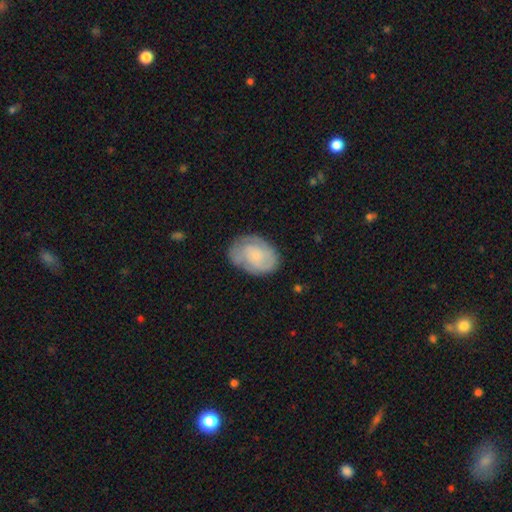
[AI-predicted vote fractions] featured or disk 53%, smooth 40%, star or artifact 7%. Down the decision tree: edge-on disk — no (97%); bar — no (75%); spiral arms — yes (81%); bulge size — small (61%); merging — none (67%).